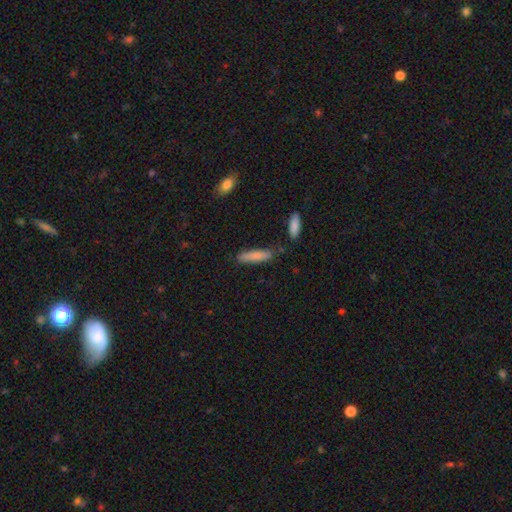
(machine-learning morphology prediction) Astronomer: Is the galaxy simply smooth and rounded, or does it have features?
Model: smooth — 80%.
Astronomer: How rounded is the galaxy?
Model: cigar-shaped — 81%.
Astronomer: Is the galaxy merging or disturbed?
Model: none — 78%.